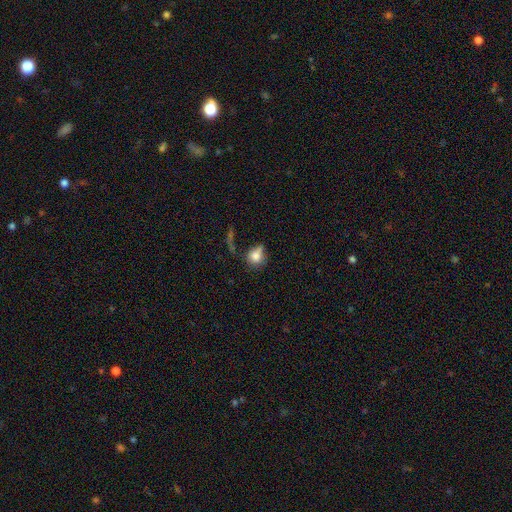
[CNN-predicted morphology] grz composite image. It shows a smooth galaxy with no disk features (78%) that is round (70%). Merging: none (42%).